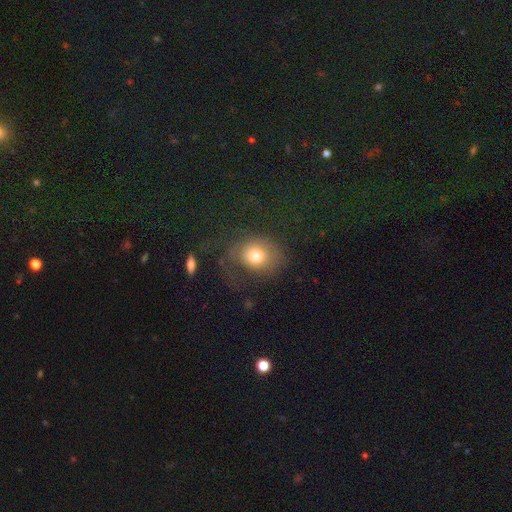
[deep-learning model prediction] Smooth or featured? Predicted: smooth (p=0.72). How rounded? Predicted: round (p=0.58). Merging? Predicted: none (p=0.45).